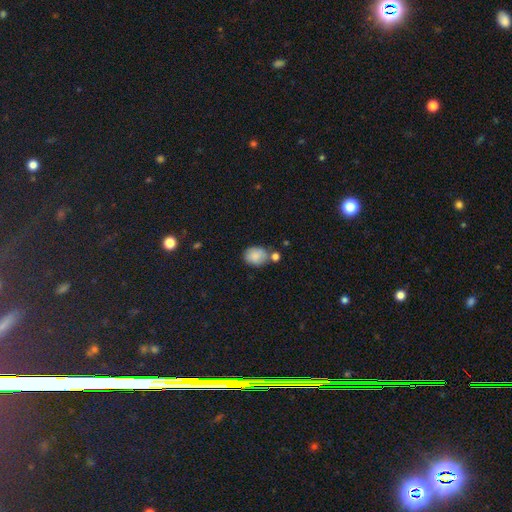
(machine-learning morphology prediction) smooth 83%, featured or disk 8%, star or artifact 8%. Down the decision tree: how rounded — in between (57%); merging — none (57%).